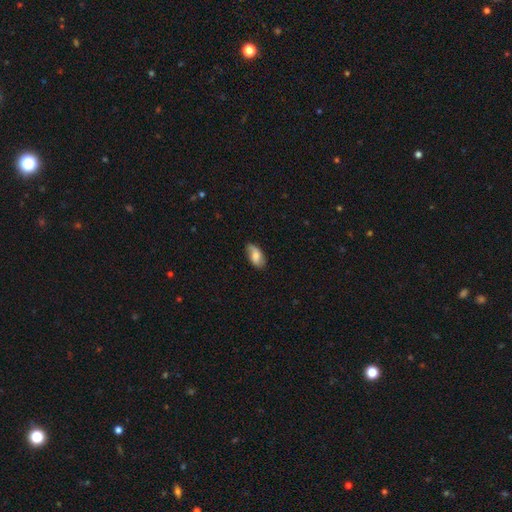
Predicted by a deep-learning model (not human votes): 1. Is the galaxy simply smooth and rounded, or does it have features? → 68% smooth, 25% featured or disk, 7% star or artifact.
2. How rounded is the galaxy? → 92% in between, 4% cigar-shaped, 4% round.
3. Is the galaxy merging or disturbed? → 74% none, 21% minor disturbance, 4% major disturbance, 1% merger.